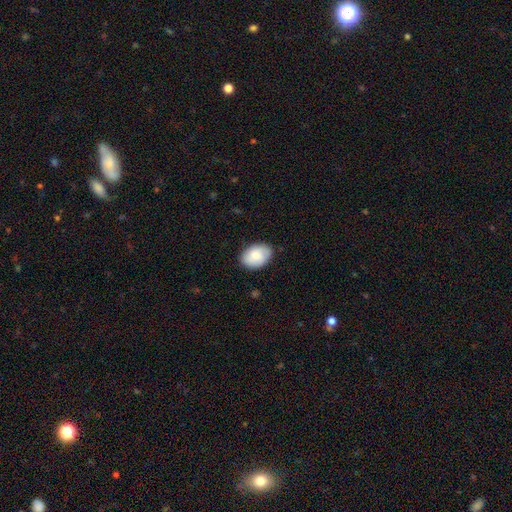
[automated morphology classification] smooth-or-featured: smooth: 82% | featured or disk: 12% | star or artifact: 6%
  how-rounded: in between: 85% | round: 14% | cigar-shaped: 1%
  merging: none: 83% | minor disturbance: 13% | major disturbance: 2% | merger: 1%